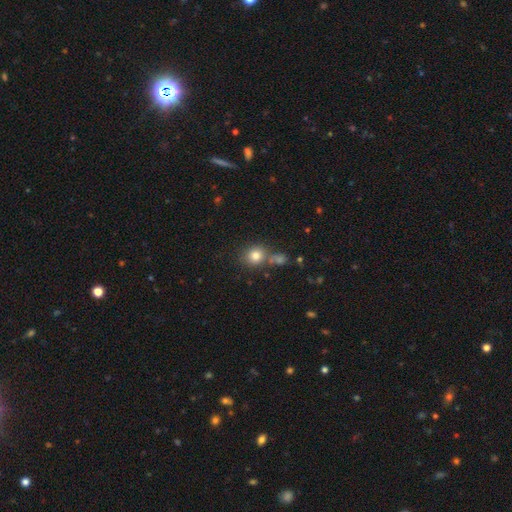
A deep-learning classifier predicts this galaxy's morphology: smooth_or_featured: smooth (p=0.80) [alt: star or artifact p=0.12]
how_rounded: round (p=0.81) [alt: in between p=0.18]
merging: none (p=0.64) [alt: merger p=0.20]